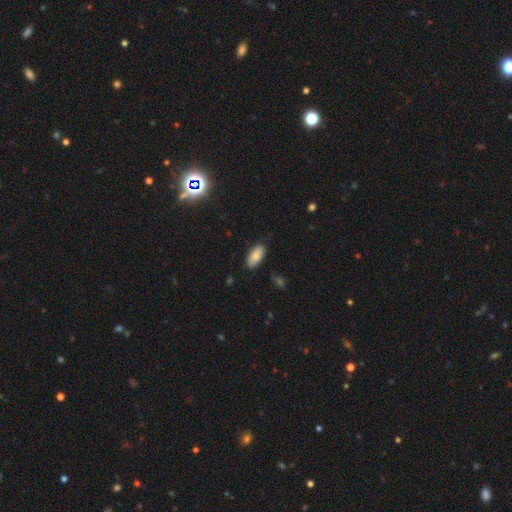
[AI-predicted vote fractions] This is clearly a smooth galaxy (85%). How rounded: clearly in between (89%). Merging: clearly none (84%).